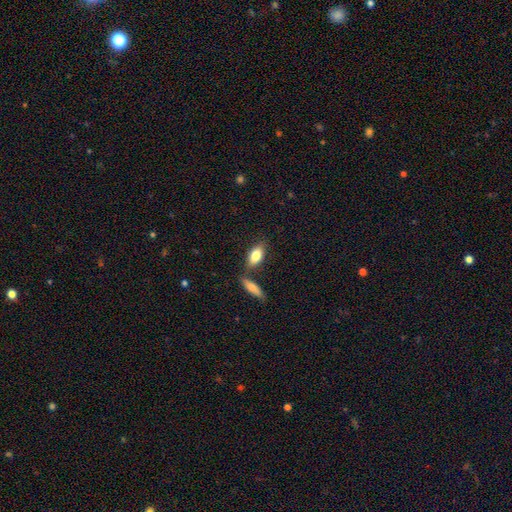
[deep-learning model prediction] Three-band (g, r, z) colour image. It shows a smooth galaxy with no disk features (80%) that is in between round and cigar-shaped (84%). Merging: none (67%).